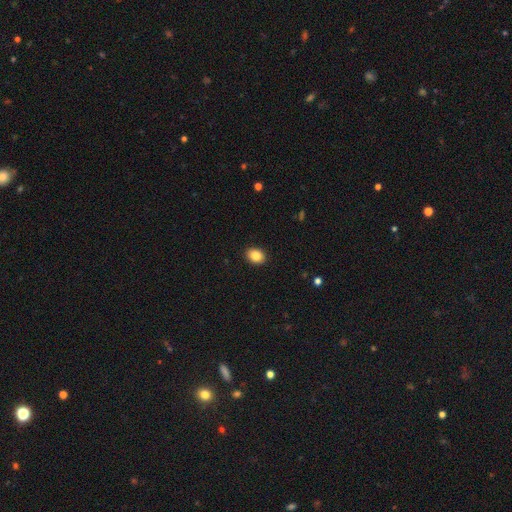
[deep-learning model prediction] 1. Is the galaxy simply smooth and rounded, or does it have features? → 85% smooth, 9% star or artifact, 6% featured or disk.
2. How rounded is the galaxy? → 64% in between, 35% round, 1% cigar-shaped.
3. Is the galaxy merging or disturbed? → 91% none, 6% minor disturbance, 2% major disturbance, 1% merger.